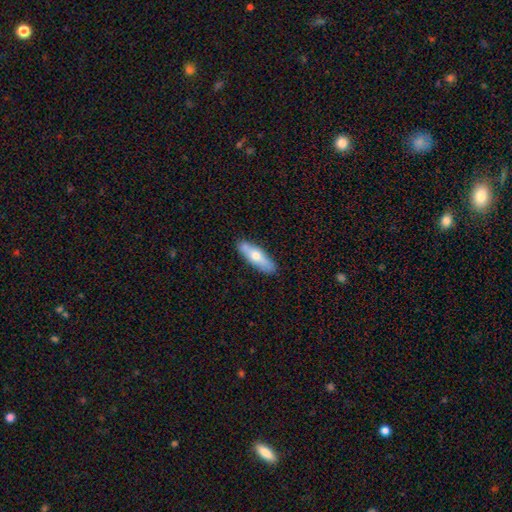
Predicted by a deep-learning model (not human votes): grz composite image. It shows a smooth galaxy with no disk features (60%) that is cigar-shaped (55%). Merging: none (85%).